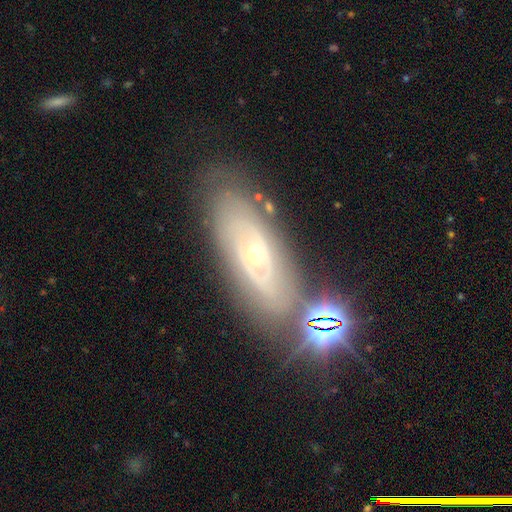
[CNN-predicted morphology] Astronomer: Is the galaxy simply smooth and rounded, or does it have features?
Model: featured or disk — 73%.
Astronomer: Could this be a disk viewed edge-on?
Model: no — 85%.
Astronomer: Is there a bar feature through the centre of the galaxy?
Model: no — 72%.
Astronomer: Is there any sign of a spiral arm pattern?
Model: yes — 75%.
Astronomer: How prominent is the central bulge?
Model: small — 65%.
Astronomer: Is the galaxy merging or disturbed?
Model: none — 73%.